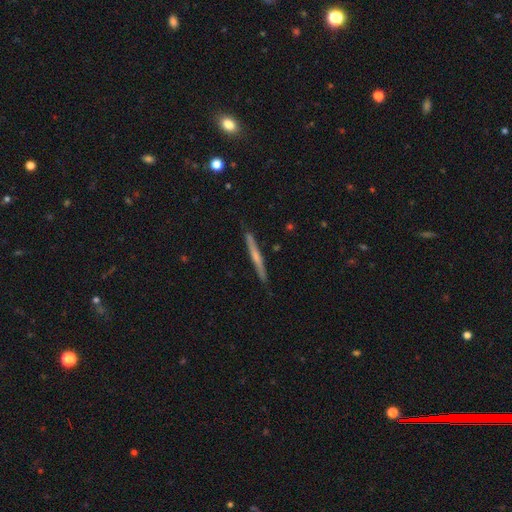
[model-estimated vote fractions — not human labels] Q: Smooth or featured?
A: featured or disk (52%); runner-up: smooth (42%)
Q: Edge-on disk?
A: yes (97%); runner-up: no (3%)
Q: Edge-on bulge?
A: none (59%); runner-up: rounded (34%)
Q: Merging?
A: none (90%); runner-up: minor disturbance (8%)